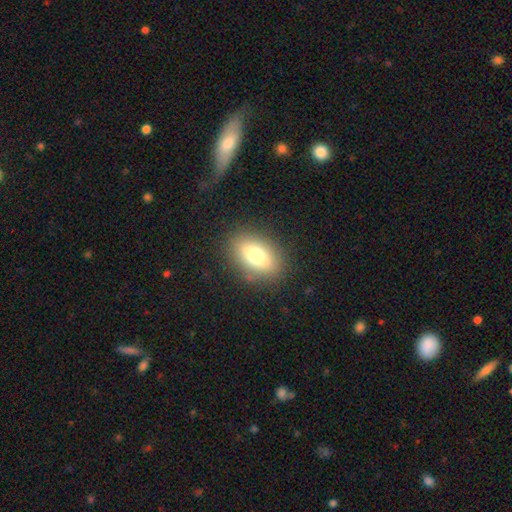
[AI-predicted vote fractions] The model was most divided on "smooth or featured": smooth: 71%, featured or disk: 20%, star or artifact: 9%. More confident: merging — none (84%); how rounded — in between (81%).